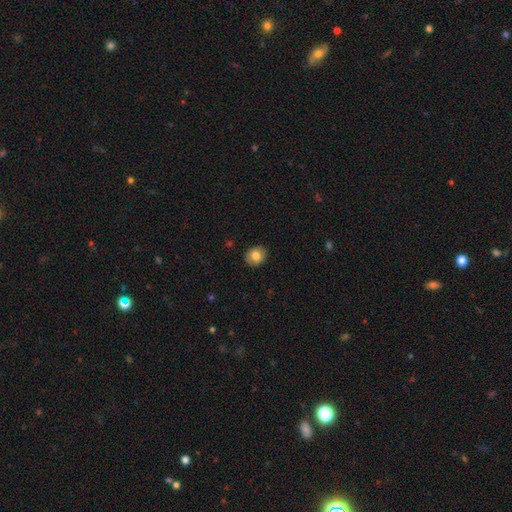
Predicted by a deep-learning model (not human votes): This is likely a smooth galaxy (74%). How rounded: likely round (62%). Merging: clearly none (87%).